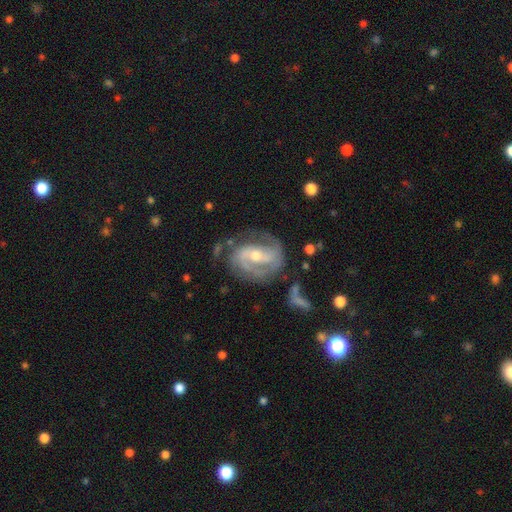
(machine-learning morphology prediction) featured or disk 88%, smooth 7%, star or artifact 5%. Down the decision tree: edge-on disk — no (97%); bar — weak (41%); spiral arms — yes (95%); spiral arm count — 2 (73%); spiral winding — medium (46%); bulge size — moderate (56%); merging — none (63%).